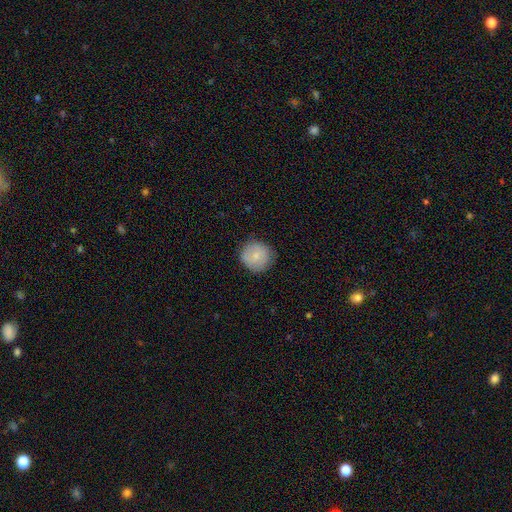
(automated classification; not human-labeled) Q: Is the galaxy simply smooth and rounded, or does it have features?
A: smooth — 75%.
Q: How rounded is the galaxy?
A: round — 93%.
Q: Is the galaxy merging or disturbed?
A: none — 80%.